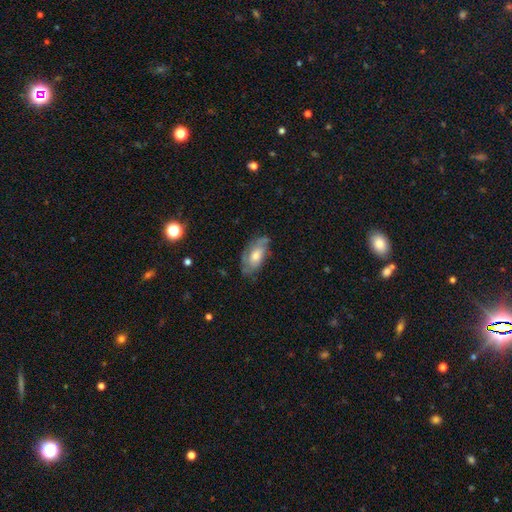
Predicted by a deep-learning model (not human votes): Smooth or featured: featured or disk — 57% (smooth — 36%)
Edge-on disk: no — 89% (yes — 11%)
Bar: no — 73% (weak — 23%)
Spiral arms: yes — 76% (no — 24%)
Bulge size: moderate — 61% (small — 21%)
Merging: none — 65% (minor disturbance — 25%)